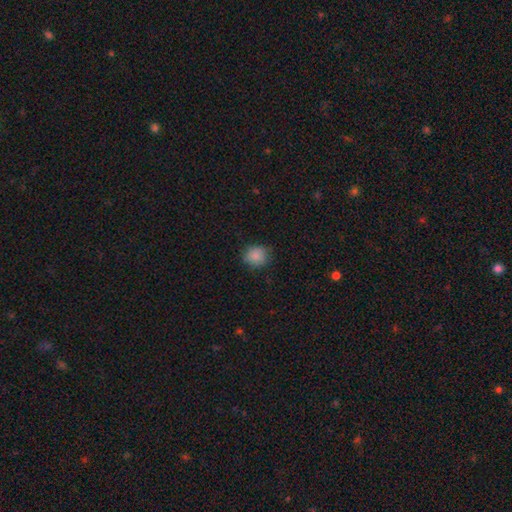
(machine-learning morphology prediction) Smooth or featured? Predicted: smooth (p=0.87). How rounded? Predicted: round (p=0.76). Merging? Predicted: none (p=0.82).